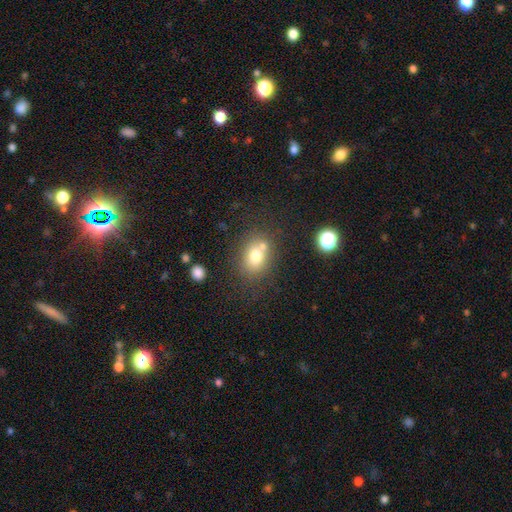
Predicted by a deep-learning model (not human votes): A smooth galaxy with no disk features (73%) that is in between round and cigar-shaped (55%).

Vote fractions:
- Smooth or featured? smooth: 73% / featured or disk: 14% / star or artifact: 13%
- How rounded? in between: 55% / round: 44% / cigar-shaped: 1%
- Merging? none: 57% / merger: 24% / minor disturbance: 14% / major disturbance: 5%